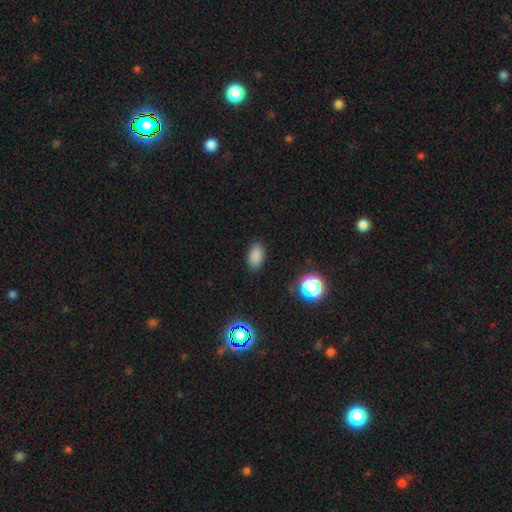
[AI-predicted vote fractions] Smooth or featured? smooth (84%)
How rounded? in between (91%)
Merging? none (87%)